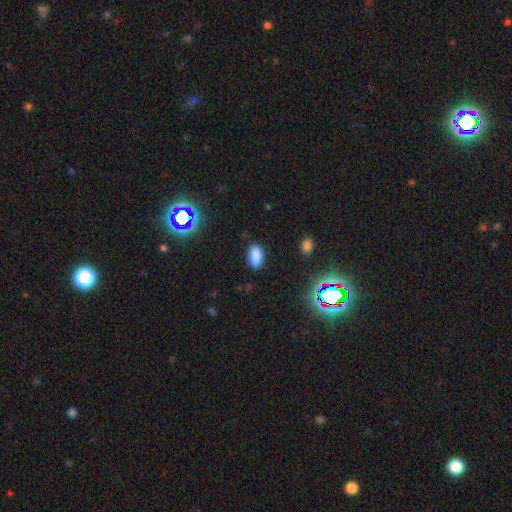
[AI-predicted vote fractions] A smooth galaxy with no disk features (83%) that is in between round and cigar-shaped (92%). Merging: none (84%).